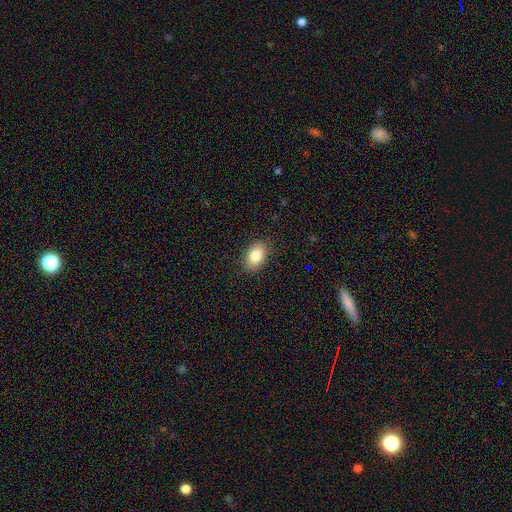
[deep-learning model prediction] The model was most divided on "how rounded": in between: 83%, round: 16%, cigar-shaped: 1%. More confident: merging — none (87%); smooth or featured — smooth (84%).